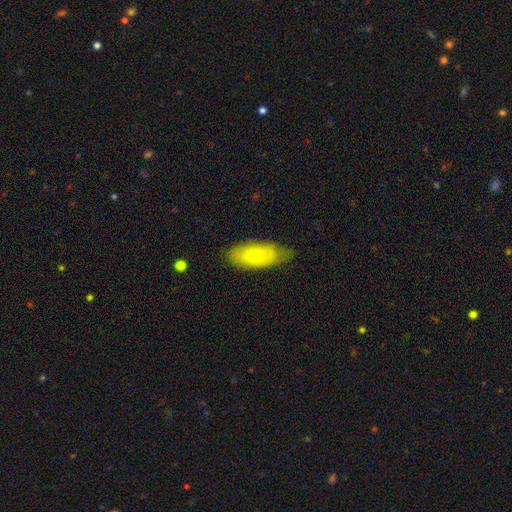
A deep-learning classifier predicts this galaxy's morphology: Smooth or featured? Predicted: smooth (p=0.74). How rounded? Predicted: in between (p=0.81). Merging? Predicted: none (p=0.73).